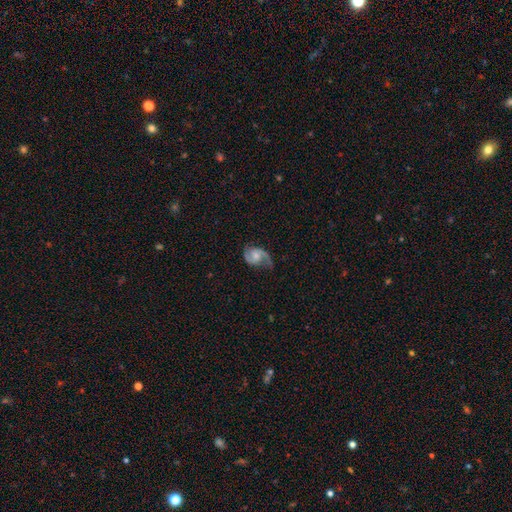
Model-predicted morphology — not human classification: The model was most divided on "bulge size": moderate: 49%, small: 35%, none: 9%, large: 6%, dominant: 1%. Remaining: edge-on disk — no (98%); spiral arms — yes (97%); spiral arm count — 2 (88%); smooth or featured — featured or disk (84%); merging — none (66%); bar — no (60%); spiral winding — medium (50%).